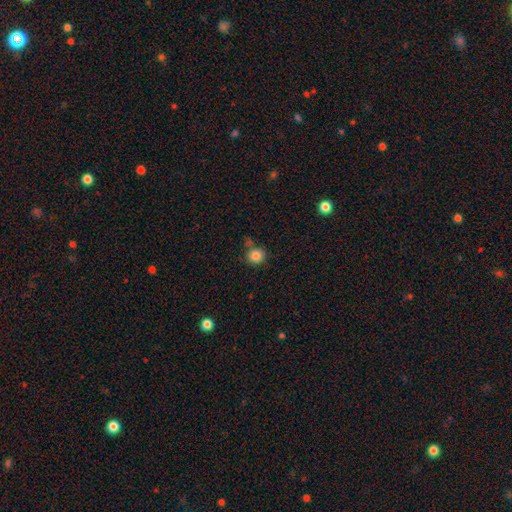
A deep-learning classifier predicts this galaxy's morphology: Q: Smooth or featured?
A: smooth (84%); runner-up: star or artifact (11%)
Q: How rounded?
A: round (90%); runner-up: in between (9%)
Q: Merging?
A: none (74%); runner-up: minor disturbance (12%)